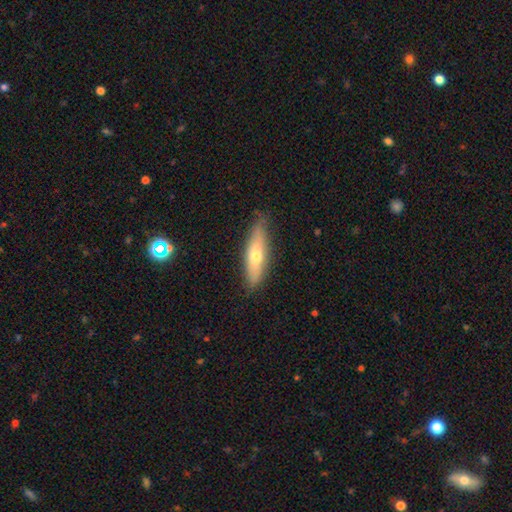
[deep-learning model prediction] Morphology: type=smooth (55%); roundness=cigar-shaped (66%); merging=none (82%).